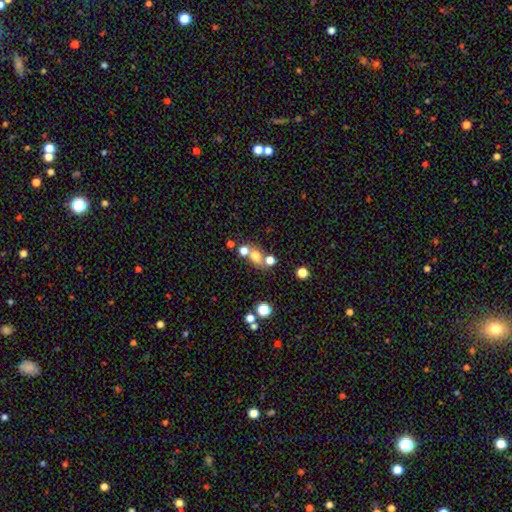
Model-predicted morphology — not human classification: A smooth galaxy with no disk features (66%) that is round (55%). Merging: none (48%).